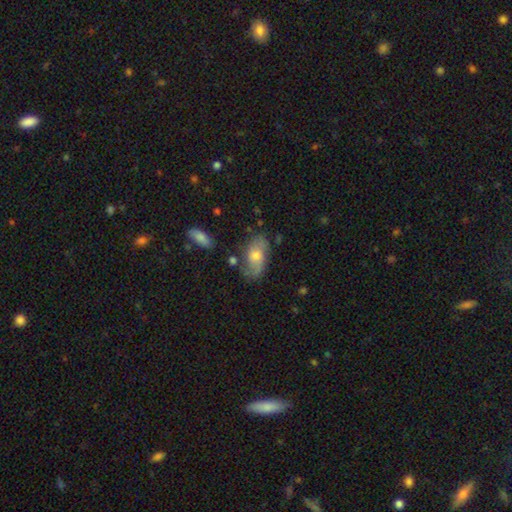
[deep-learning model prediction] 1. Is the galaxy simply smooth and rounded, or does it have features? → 50% featured or disk, 43% smooth, 8% star or artifact.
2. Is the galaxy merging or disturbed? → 59% none, 25% minor disturbance, 11% major disturbance, 5% merger.